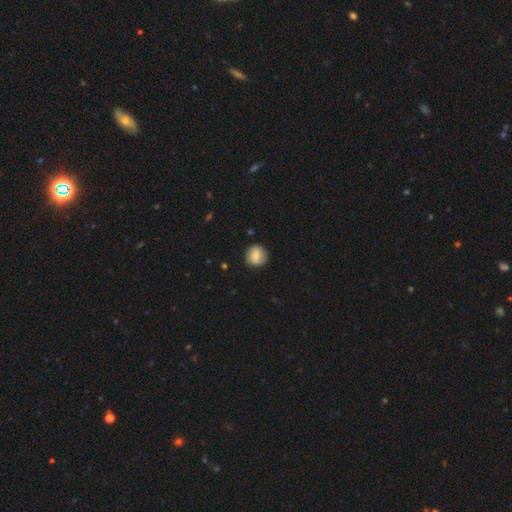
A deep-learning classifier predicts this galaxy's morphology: The model was most divided on "smooth or featured": smooth: 69%, featured or disk: 23%, star or artifact: 8%. More confident: how rounded — round (88%); merging — none (84%).